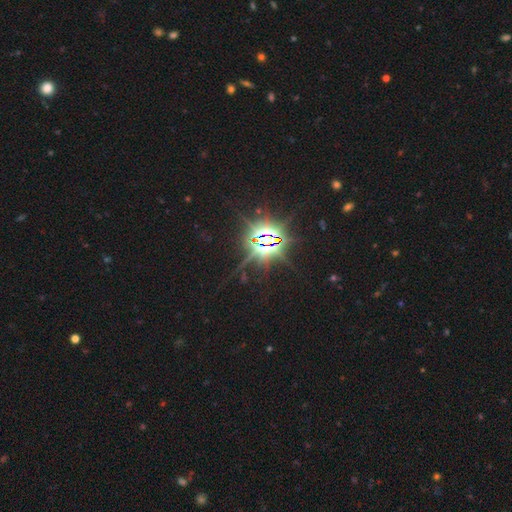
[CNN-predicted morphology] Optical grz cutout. It shows a star or artifact, not a galaxy (86%).